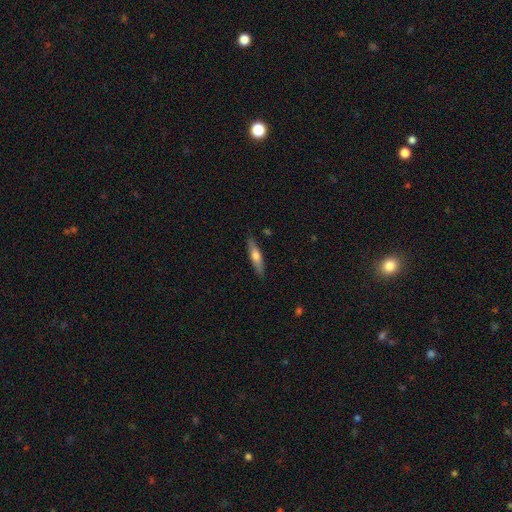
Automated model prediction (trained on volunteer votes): The model was most divided on "smooth or featured": smooth: 55%, featured or disk: 39%, star or artifact: 6%. More confident: merging — none (87%); how rounded — cigar-shaped (76%).